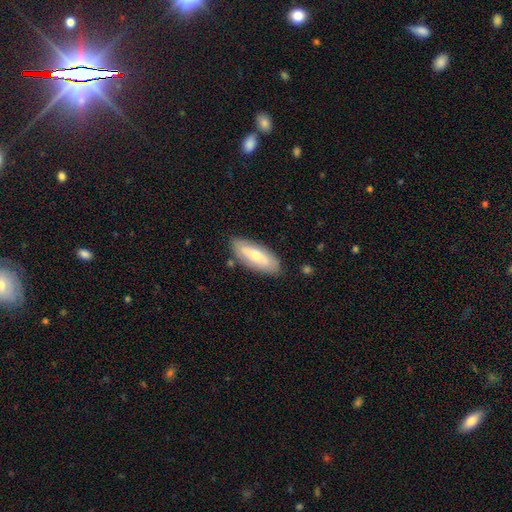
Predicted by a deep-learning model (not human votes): The model was most divided on "smooth or featured": smooth: 54%, featured or disk: 40%, star or artifact: 6%. More confident: merging — none (82%); how rounded — in between (75%).